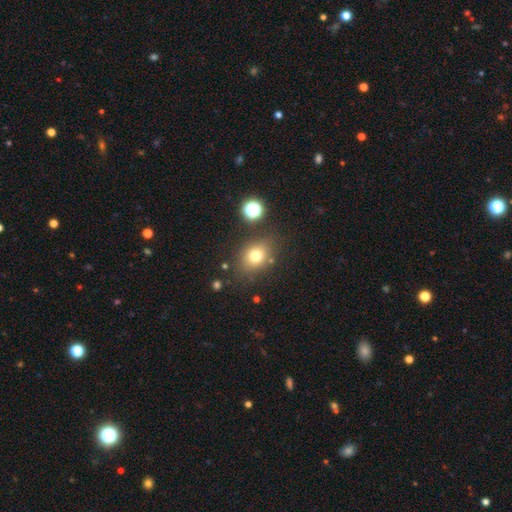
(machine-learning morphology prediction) This is likely a smooth galaxy (75%). How rounded: possibly round (53%). Merging: likely none (78%).